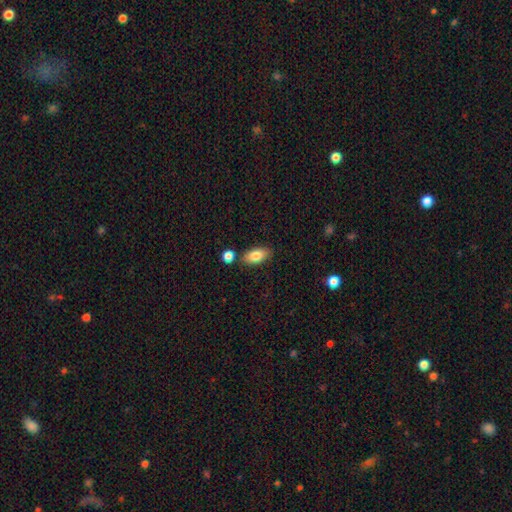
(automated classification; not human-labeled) Smooth or featured? smooth (82%)
How rounded? in between (88%)
Merging? none (76%)